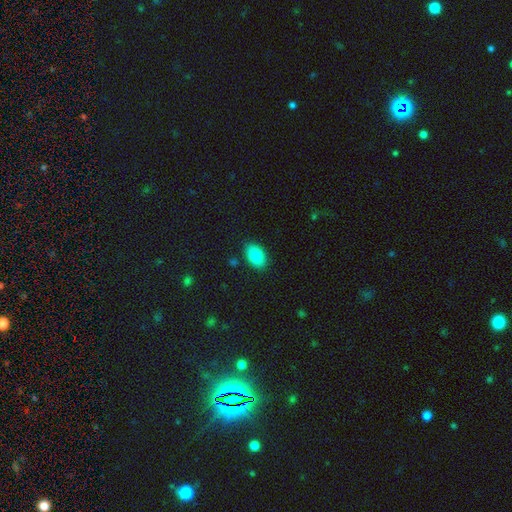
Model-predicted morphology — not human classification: type=smooth (85%); roundness=in between (89%); merging=none (87%).